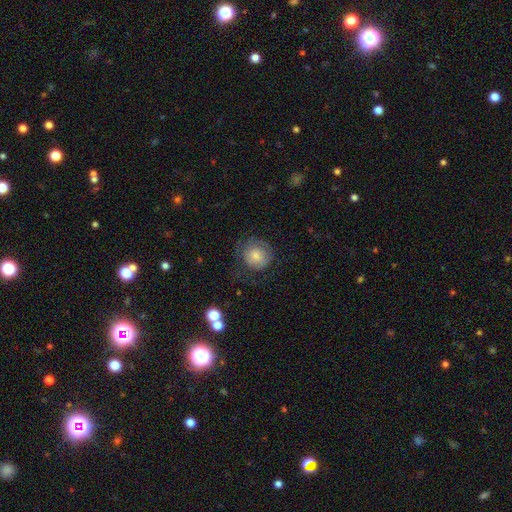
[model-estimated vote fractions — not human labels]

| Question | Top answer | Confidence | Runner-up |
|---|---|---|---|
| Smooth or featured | smooth | 59% | featured or disk (31%) |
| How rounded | round | 87% | in between (12%) |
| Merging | none | 61% | minor disturbance (20%) |